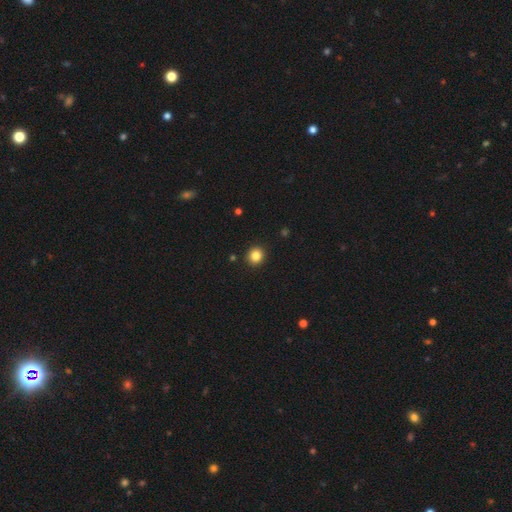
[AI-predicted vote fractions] Overall: smooth (85%). How rounded: round (89%). Merging: none (92%).